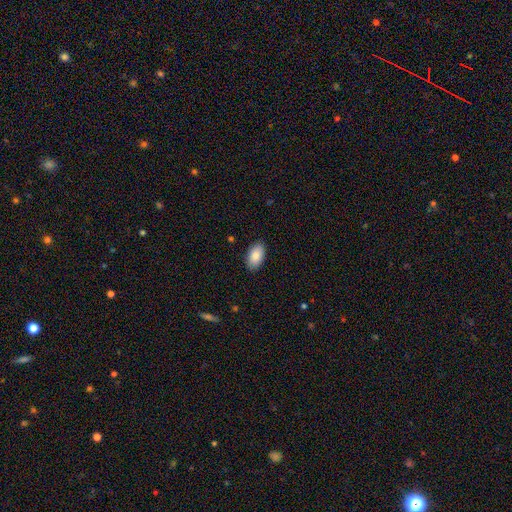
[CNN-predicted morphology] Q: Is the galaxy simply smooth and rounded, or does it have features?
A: smooth — 88%.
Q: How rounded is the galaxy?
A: in between — 95%.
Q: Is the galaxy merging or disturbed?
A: none — 89%.